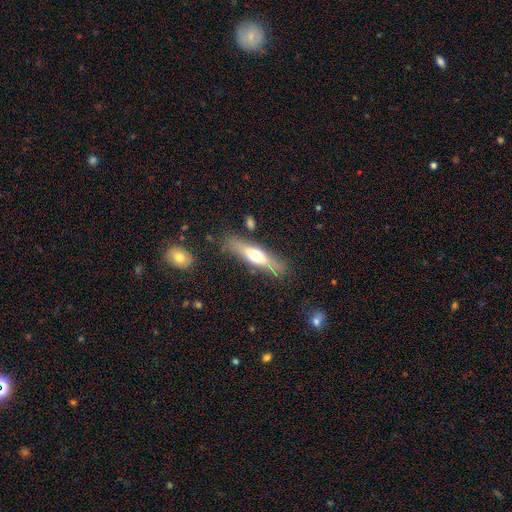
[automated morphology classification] A smooth galaxy with no disk features (47%, tied with featured or disk).

Vote fractions:
- Smooth or featured? smooth: 47% (tied) / featured or disk: 47% (tied) / star or artifact: 6%
- Merging? none: 80% / minor disturbance: 13% / major disturbance: 4% / merger: 3%